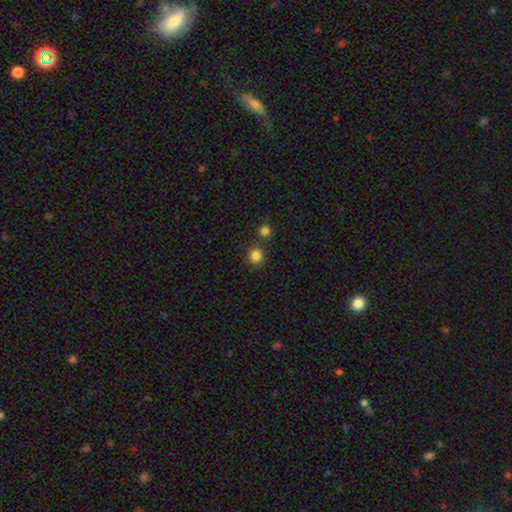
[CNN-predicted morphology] Smooth or featured? Predicted: smooth (p=0.84). How rounded? Predicted: round (p=0.92). Merging? Predicted: none (p=0.82).